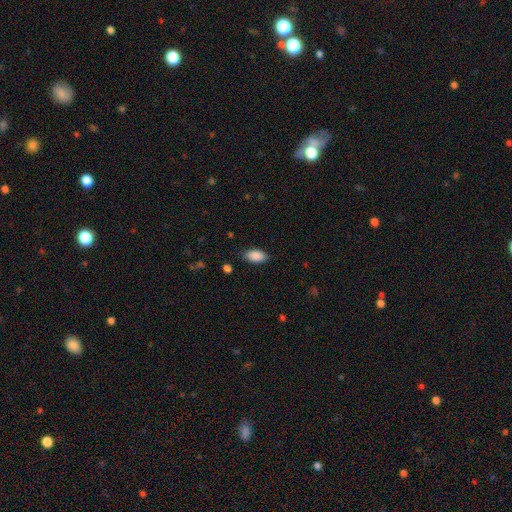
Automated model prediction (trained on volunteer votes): Overall: smooth (89%). How rounded: in between (94%). Merging: none (85%).